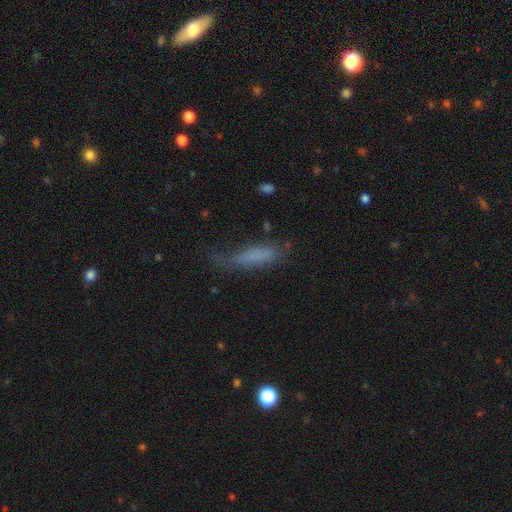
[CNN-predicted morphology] Q: Smooth or featured?
A: smooth (73%); runner-up: featured or disk (16%)
Q: How rounded?
A: cigar-shaped (65%); runner-up: in between (33%)
Q: Merging?
A: none (52%); runner-up: minor disturbance (29%)